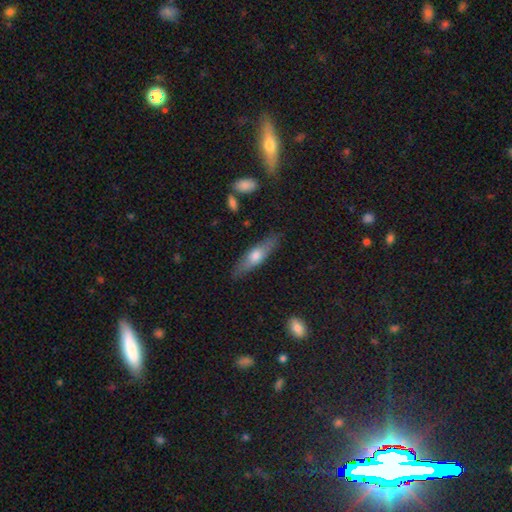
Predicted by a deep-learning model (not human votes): This is possibly a smooth galaxy (52%). How rounded: likely cigar-shaped (67%). Merging: clearly none (83%).